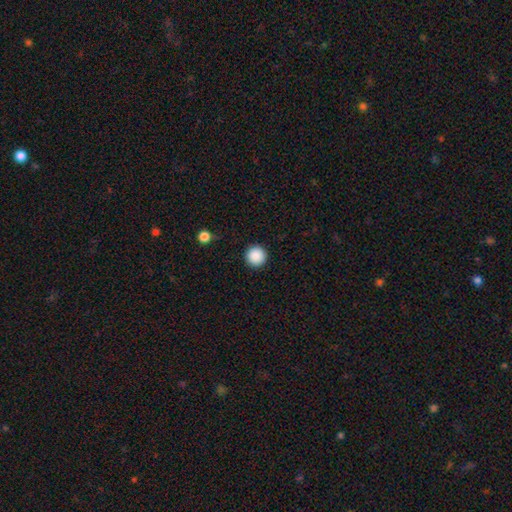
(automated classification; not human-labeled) This is clearly a smooth galaxy (89%). How rounded: clearly round (97%). Merging: clearly none (92%).